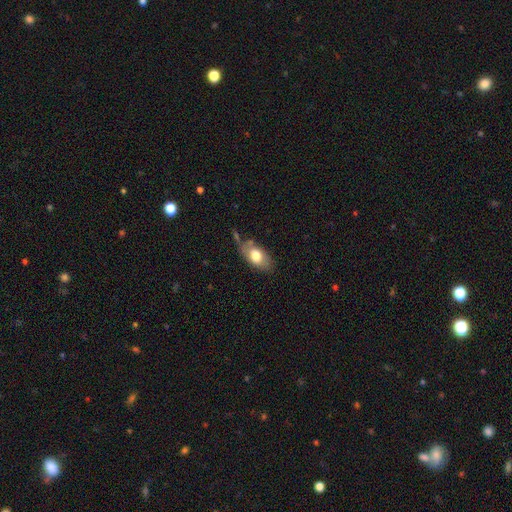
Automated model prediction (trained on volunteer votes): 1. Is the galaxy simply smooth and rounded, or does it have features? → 73% smooth, 20% featured or disk, 7% star or artifact.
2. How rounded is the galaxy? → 90% in between, 7% round, 3% cigar-shaped.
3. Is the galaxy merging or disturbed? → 61% none, 24% minor disturbance, 8% merger, 7% major disturbance.